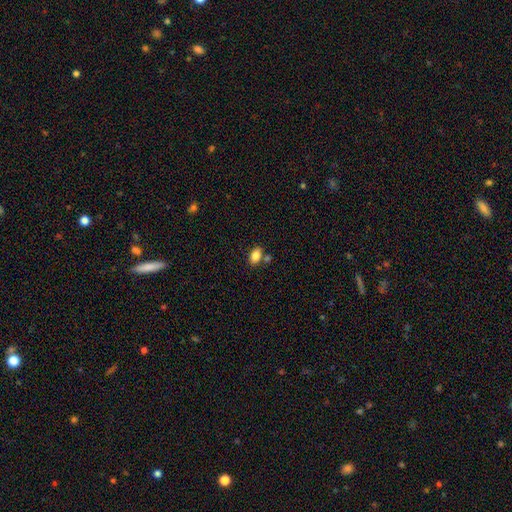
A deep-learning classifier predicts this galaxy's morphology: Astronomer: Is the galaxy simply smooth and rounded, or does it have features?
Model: smooth — 83%.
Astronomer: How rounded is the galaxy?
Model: in between — 87%.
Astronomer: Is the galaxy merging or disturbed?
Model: none — 70%.